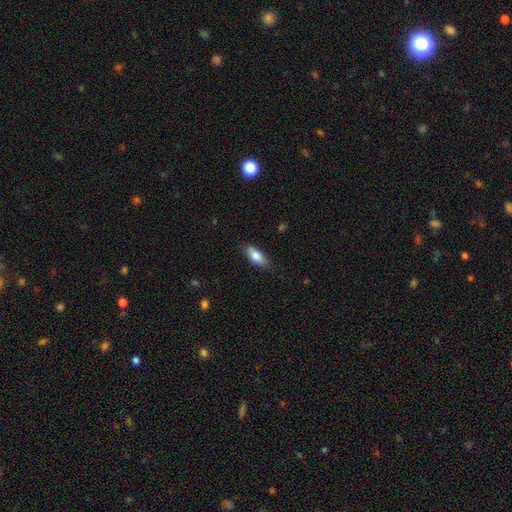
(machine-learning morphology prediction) The model was most divided on "how rounded": in between: 78%, cigar-shaped: 20%, round: 3%. More confident: smooth or featured — smooth (80%); merging — none (79%).